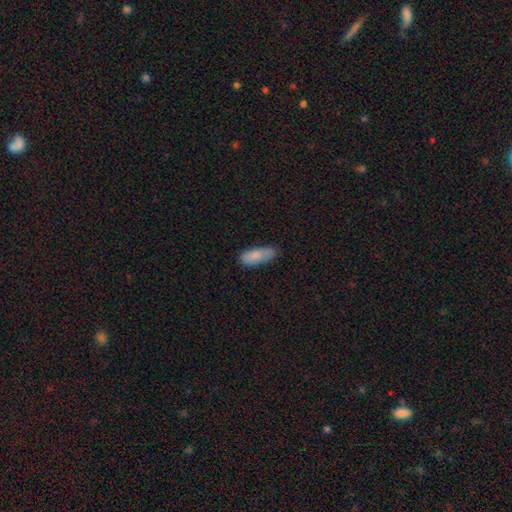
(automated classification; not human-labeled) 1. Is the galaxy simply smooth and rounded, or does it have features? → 85% smooth, 9% featured or disk, 6% star or artifact.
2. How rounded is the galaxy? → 73% in between, 25% cigar-shaped, 2% round.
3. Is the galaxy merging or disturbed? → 73% none, 21% minor disturbance, 4% major disturbance, 2% merger.